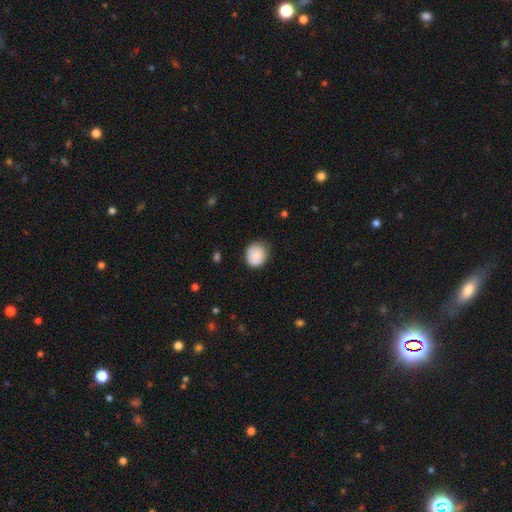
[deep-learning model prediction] Smooth or featured? smooth (83%)
How rounded? round (75%)
Merging? none (72%)